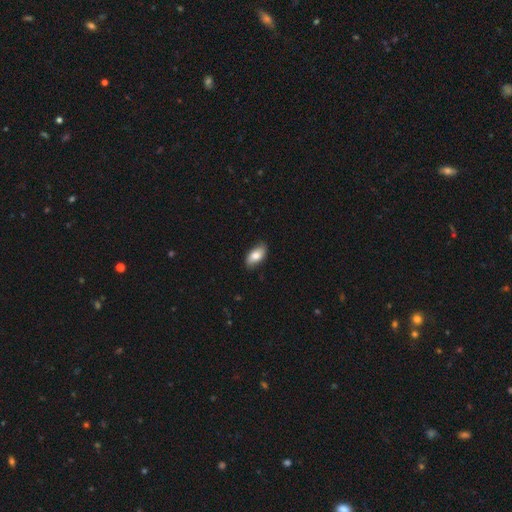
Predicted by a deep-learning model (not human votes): smooth-or-featured: smooth: 79% | featured or disk: 15% | star or artifact: 6%
  how-rounded: in between: 92% | cigar-shaped: 4% | round: 4%
  merging: none: 84% | minor disturbance: 13% | major disturbance: 2% | merger: 1%